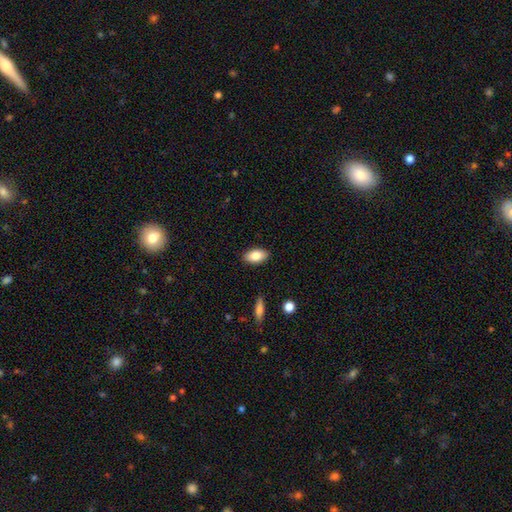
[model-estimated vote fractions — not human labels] smooth-or-featured: smooth: 84% | featured or disk: 9% | star or artifact: 7%
  how-rounded: in between: 93% | round: 4% | cigar-shaped: 3%
  merging: none: 88% | minor disturbance: 9% | major disturbance: 2% | merger: 1%